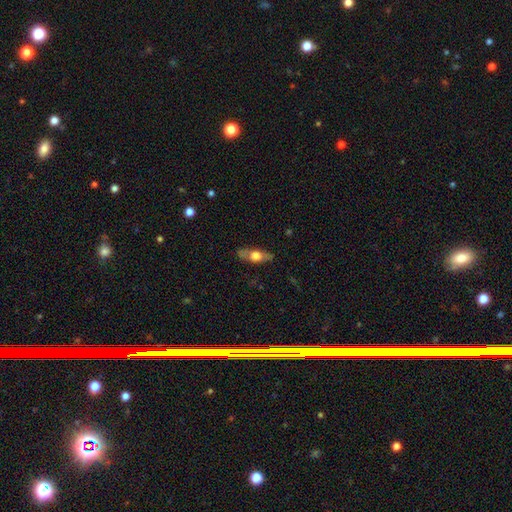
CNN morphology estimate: Overall: smooth (48%; featured or disk 46%). Merging: none (79%).